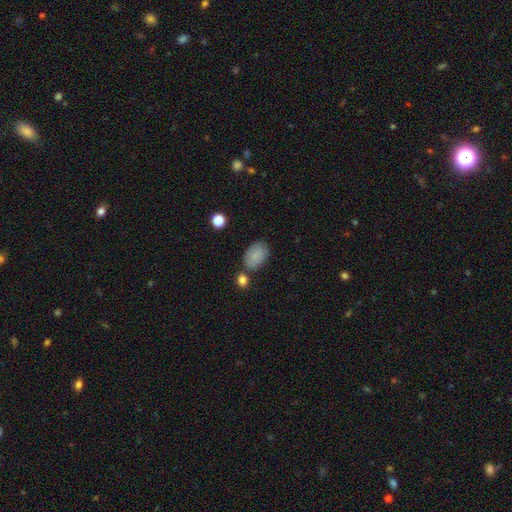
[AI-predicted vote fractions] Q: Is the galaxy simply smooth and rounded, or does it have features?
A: smooth — 82%.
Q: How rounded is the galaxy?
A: in between — 89%.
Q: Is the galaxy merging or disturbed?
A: none — 67%.